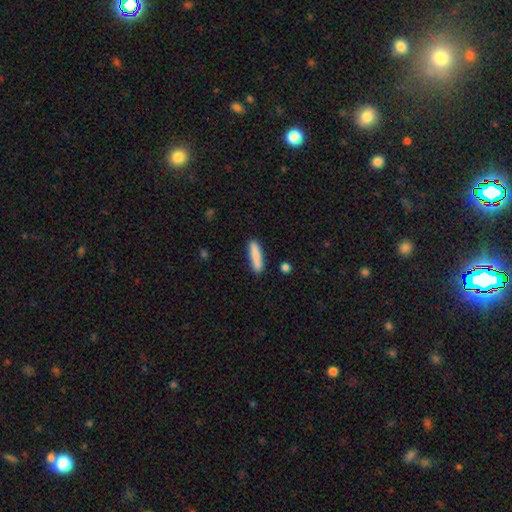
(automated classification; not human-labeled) Smooth or featured: smooth — 85% (featured or disk — 9%)
How rounded: cigar-shaped — 79% (in between — 19%)
Merging: none — 80% (minor disturbance — 13%)